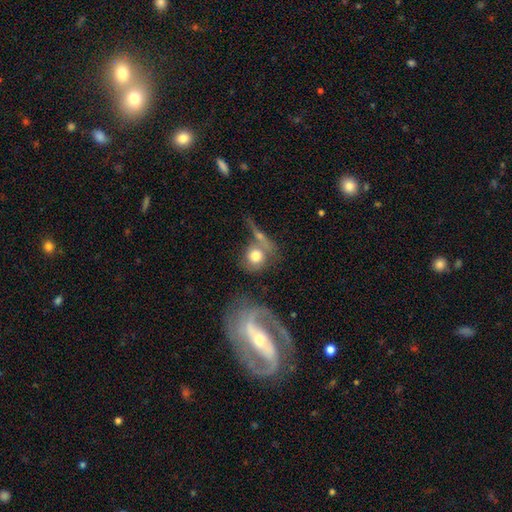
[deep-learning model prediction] Smooth or featured: smooth — 69% (featured or disk — 23%)
How rounded: round — 81% (in between — 16%)
Merging: none — 42% (merger — 32%)